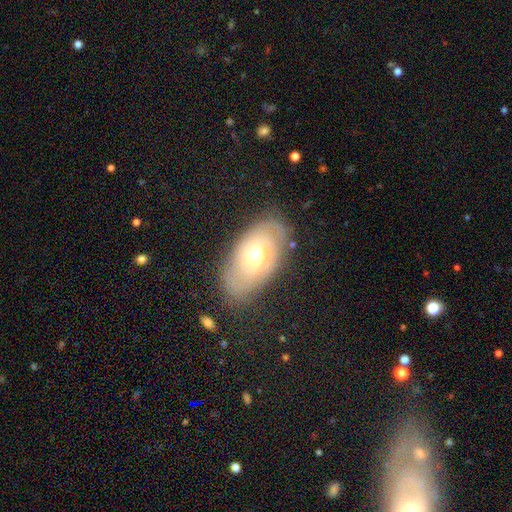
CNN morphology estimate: Overall: featured or disk (48%; smooth 43%). Merging: none (74%).